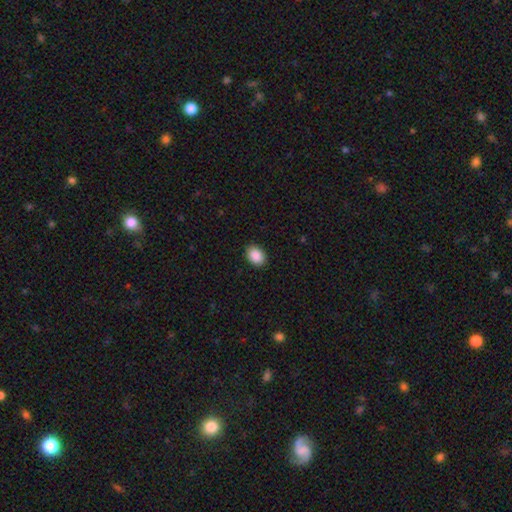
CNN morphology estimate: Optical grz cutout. It shows a smooth galaxy with no disk features (90%) that is in between round and cigar-shaped (76%). Merging: none (90%).